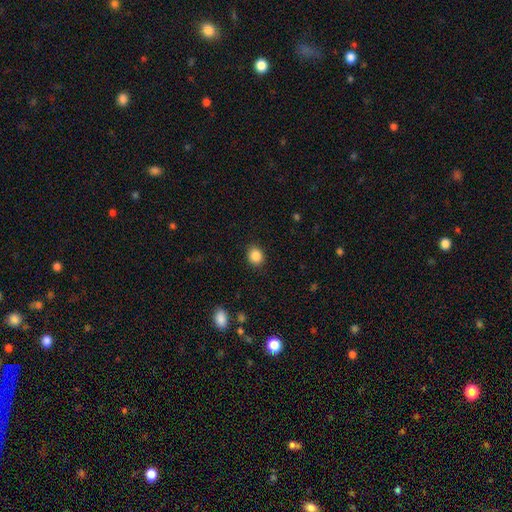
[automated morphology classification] smooth_or_featured: smooth (p=0.87) [alt: star or artifact p=0.09]
how_rounded: round (p=0.66) [alt: in between p=0.33]
merging: none (p=0.90) [alt: minor disturbance p=0.07]